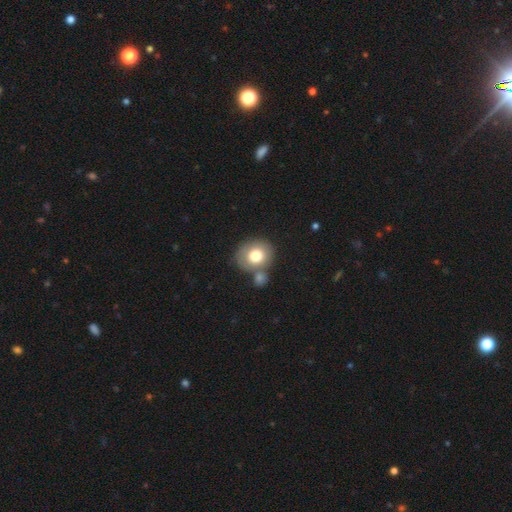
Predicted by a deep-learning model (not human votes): smooth 74%, featured or disk 18%, star or artifact 8%. Down the decision tree: how rounded — round (74%); merging — none (56%).